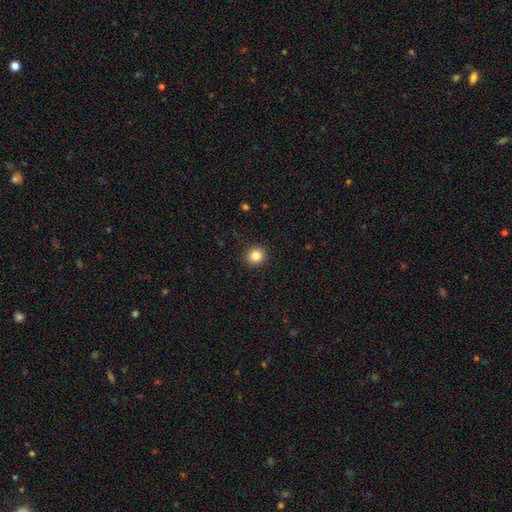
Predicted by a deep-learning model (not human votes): This is clearly a smooth galaxy (85%). How rounded: clearly round (84%). Merging: clearly none (91%).